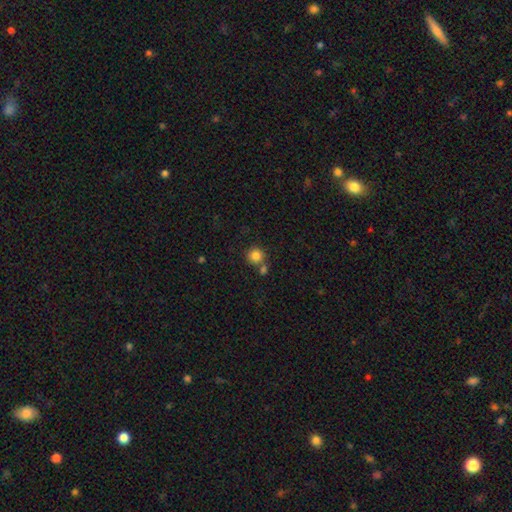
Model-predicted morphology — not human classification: The model was most divided on "merging": none: 67%, merger: 22%, minor disturbance: 8%, major disturbance: 3%. More confident: how rounded — round (92%); smooth or featured — smooth (84%).